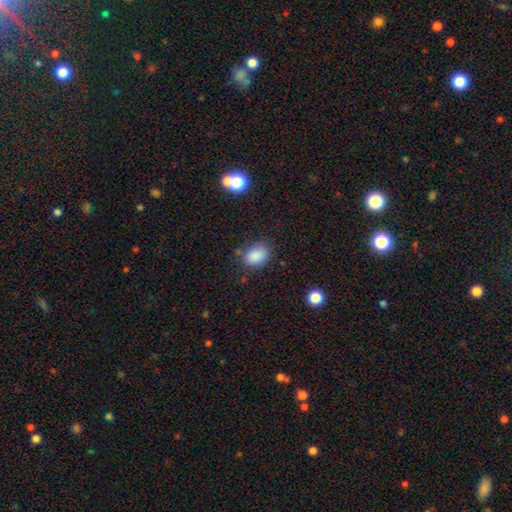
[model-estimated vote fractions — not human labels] This is clearly a smooth galaxy (86%). How rounded: likely in between (80%). Merging: likely none (74%).